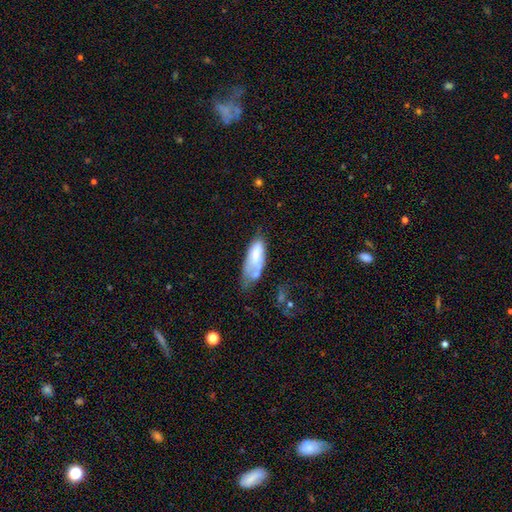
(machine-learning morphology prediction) smooth 61%, featured or disk 31%, star or artifact 8%. Down the decision tree: how rounded — in between (76%); merging — minor disturbance (29%, tied with none).